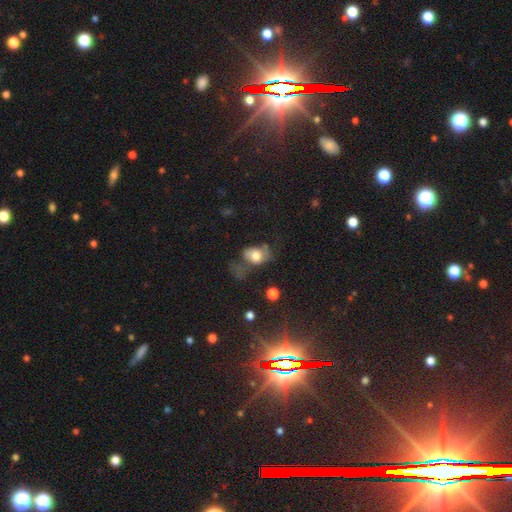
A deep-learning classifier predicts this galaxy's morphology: smooth-or-featured: smooth: 64% | featured or disk: 25% | star or artifact: 11%
  how-rounded: in between: 72% | round: 27% | cigar-shaped: 2%
  merging: major disturbance: 39% | none: 28% | minor disturbance: 24% | merger: 9%